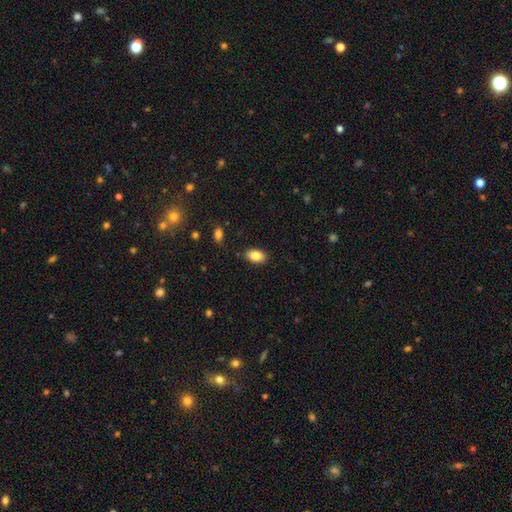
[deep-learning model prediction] smooth_or_featured: smooth (p=0.85) [alt: star or artifact p=0.08]
how_rounded: in between (p=0.91) [alt: round p=0.07]
merging: none (p=0.86) [alt: minor disturbance p=0.10]